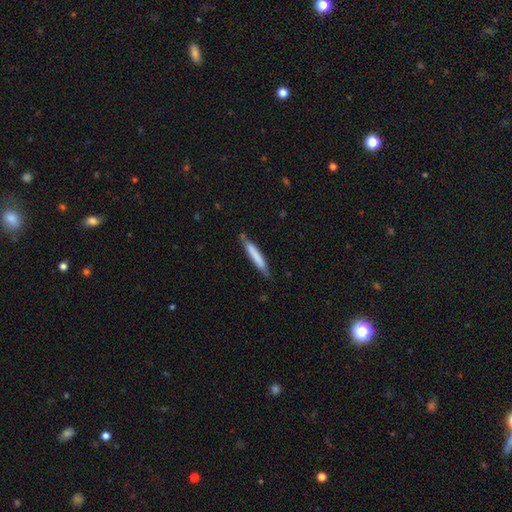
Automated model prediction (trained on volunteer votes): smooth 70%, featured or disk 25%, star or artifact 5%. Down the decision tree: how rounded — cigar-shaped (93%); merging — none (74%).